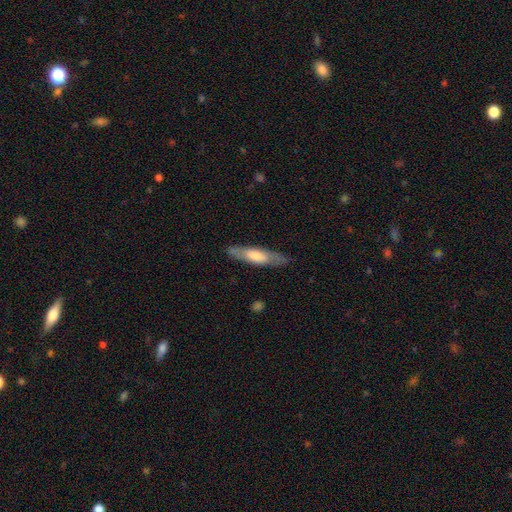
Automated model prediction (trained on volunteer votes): Overall: featured or disk (48%; smooth 47%). Merging: none (84%).